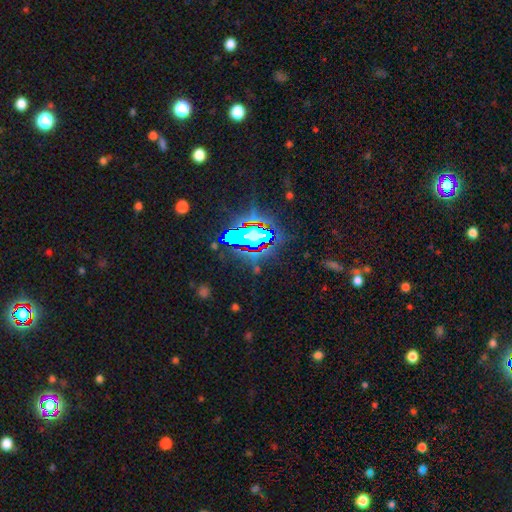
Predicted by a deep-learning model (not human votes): A star or artifact, not a galaxy (81%).

Vote fractions:
- Smooth or featured? star or artifact: 81% / smooth: 10% / featured or disk: 9%